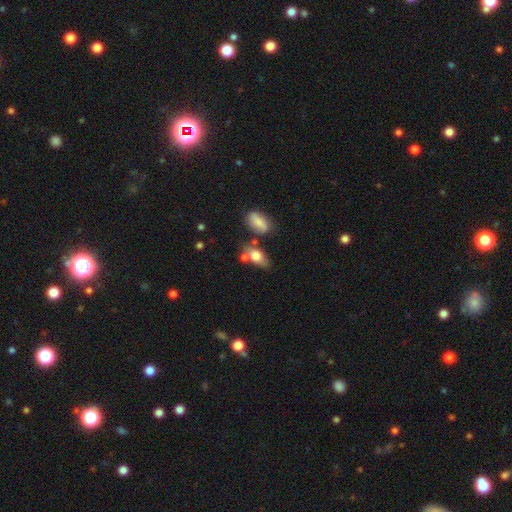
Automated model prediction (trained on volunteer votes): smooth 75%, featured or disk 16%, star or artifact 9%. Down the decision tree: how rounded — in between (82%); merging — none (52%).